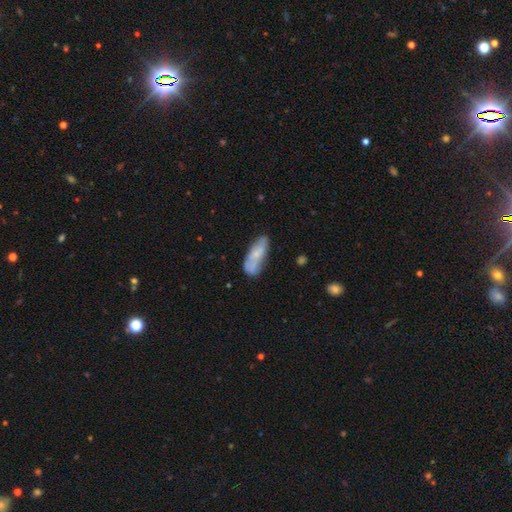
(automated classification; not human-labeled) smooth_or_featured: smooth (p=0.58) [alt: featured or disk p=0.34]
how_rounded: in between (p=0.66) [alt: cigar-shaped p=0.31]
merging: none (p=0.53) [alt: minor disturbance p=0.28]